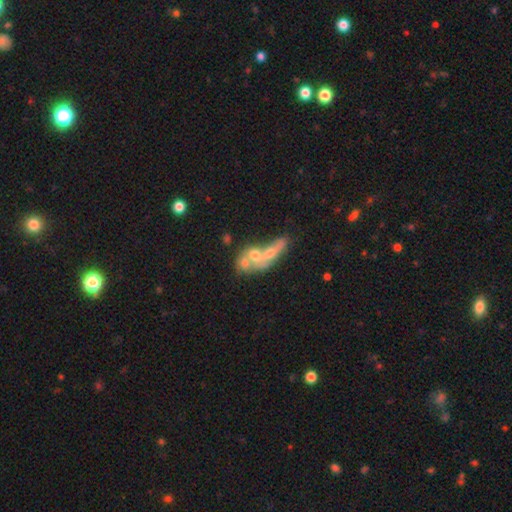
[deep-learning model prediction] A smooth galaxy with no disk features (45%).

Vote fractions:
- Smooth or featured? smooth: 45% / featured or disk: 44% / star or artifact: 11%
- Merging? merger: 72% / none: 13% / major disturbance: 9% / minor disturbance: 6%